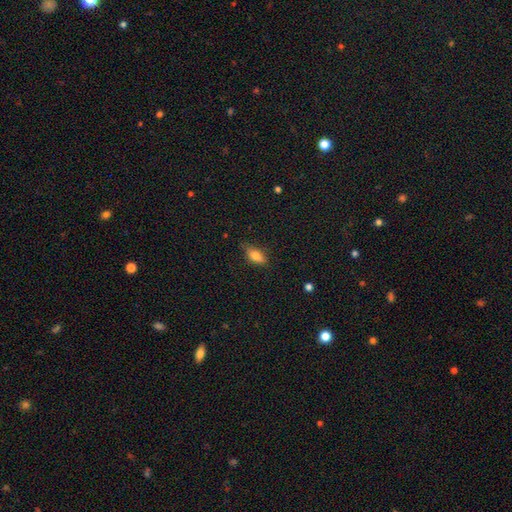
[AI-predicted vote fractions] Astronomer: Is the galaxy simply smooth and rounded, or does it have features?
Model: smooth — 76%.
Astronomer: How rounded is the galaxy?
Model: in between — 79%.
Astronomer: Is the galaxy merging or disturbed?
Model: none — 73%.